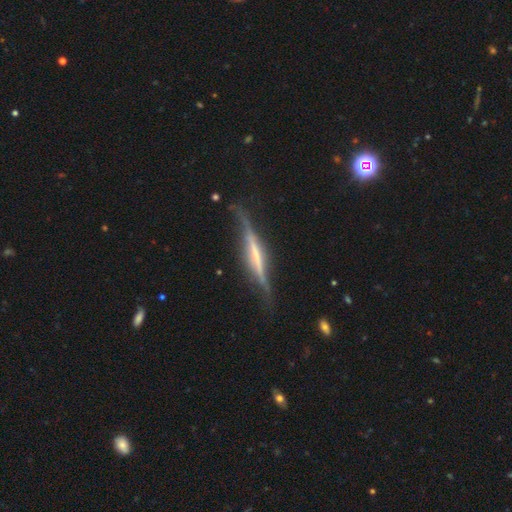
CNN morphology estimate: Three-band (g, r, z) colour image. It shows a featured or disk galaxy (76%) viewed edge-on (94%) with no central bulge (47%). Merging: none (67%).